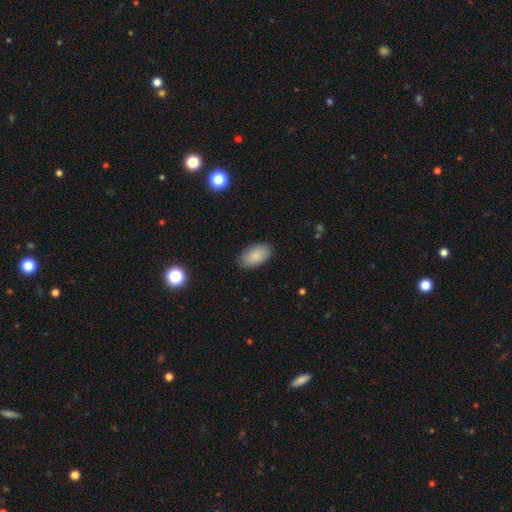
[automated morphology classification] type=smooth (87%); roundness=in between (95%); merging=none (86%).